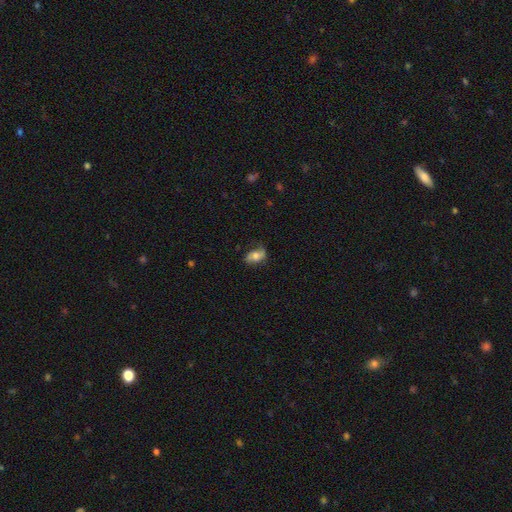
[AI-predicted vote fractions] A smooth galaxy with no disk features (55%) that is in between round and cigar-shaped (87%).

Vote fractions:
- Smooth or featured? smooth: 55% / featured or disk: 36% / star or artifact: 9%
- How rounded? in between: 87% / round: 10% / cigar-shaped: 3%
- Merging? none: 64% / minor disturbance: 26% / major disturbance: 9% / merger: 2%